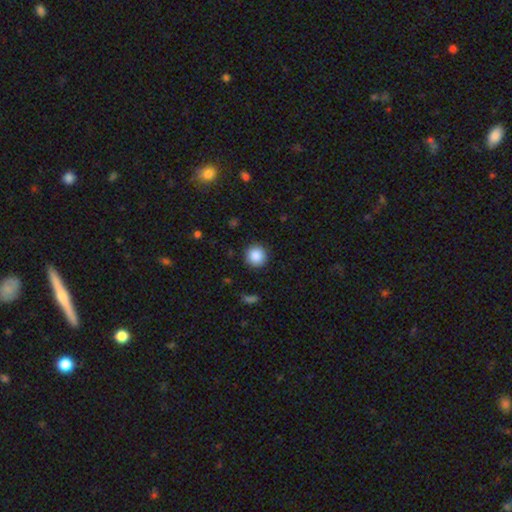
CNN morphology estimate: Overall: smooth (87%). How rounded: round (94%). Merging: none (91%).